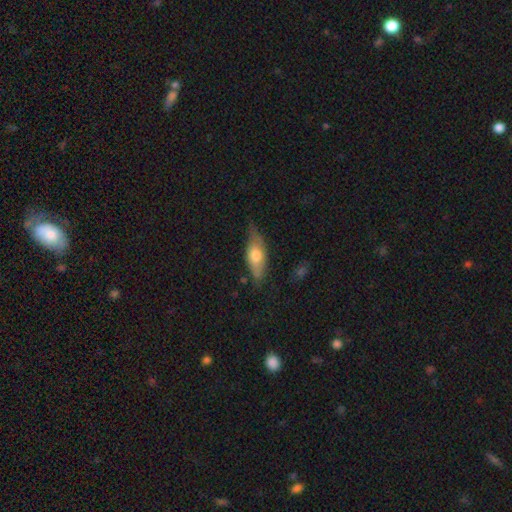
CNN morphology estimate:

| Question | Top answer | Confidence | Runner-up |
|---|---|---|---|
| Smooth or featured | smooth | 58% | featured or disk (36%) |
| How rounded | in between | 68% | cigar-shaped (29%) |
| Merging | none | 64% | minor disturbance (28%) |